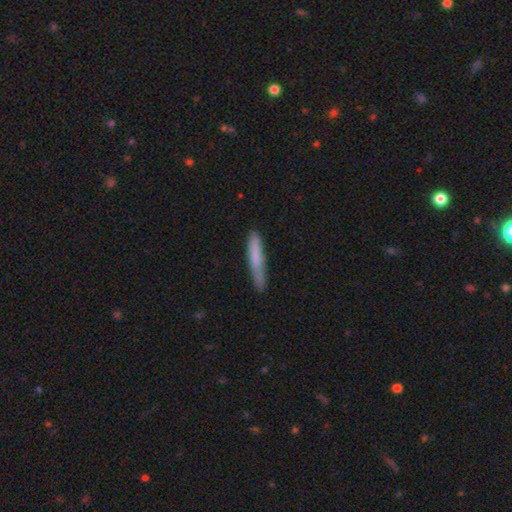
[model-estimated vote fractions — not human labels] smooth_or_featured: smooth (p=0.76) [alt: featured or disk p=0.18]
how_rounded: cigar-shaped (p=0.93) [alt: in between p=0.05]
merging: none (p=0.79) [alt: minor disturbance p=0.17]